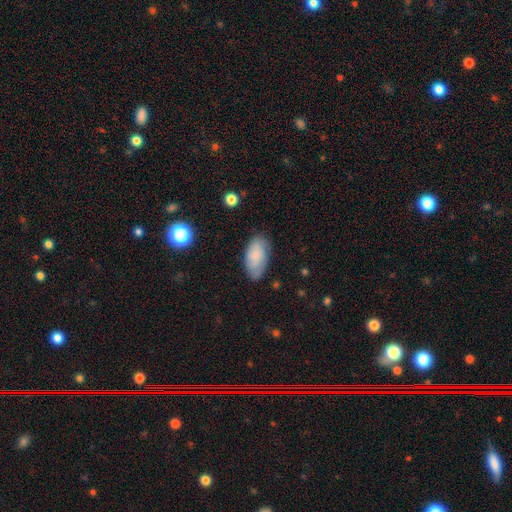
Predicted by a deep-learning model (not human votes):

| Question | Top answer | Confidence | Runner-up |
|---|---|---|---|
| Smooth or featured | smooth | 71% | featured or disk (21%) |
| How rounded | in between | 94% | cigar-shaped (4%) |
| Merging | none | 76% | minor disturbance (18%) |